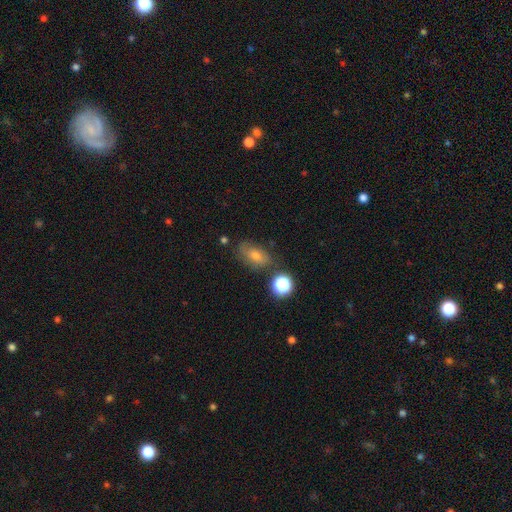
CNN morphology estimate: smooth 60%, star or artifact 20%, featured or disk 20%. Down the decision tree: how rounded — in between (78%); merging — none (68%).